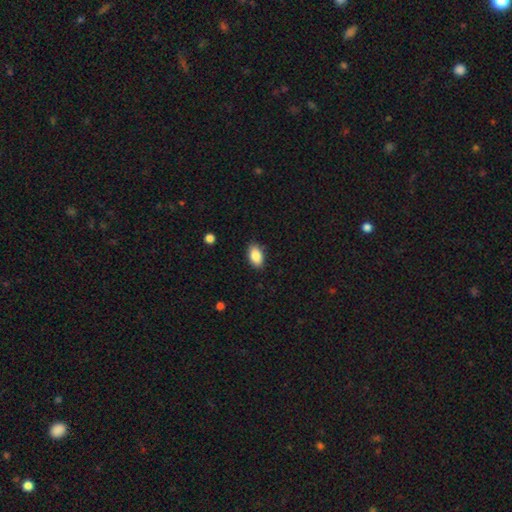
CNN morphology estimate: Smooth or featured: smooth — 87% (star or artifact — 7%)
How rounded: in between — 93% (round — 5%)
Merging: none — 87% (minor disturbance — 10%)